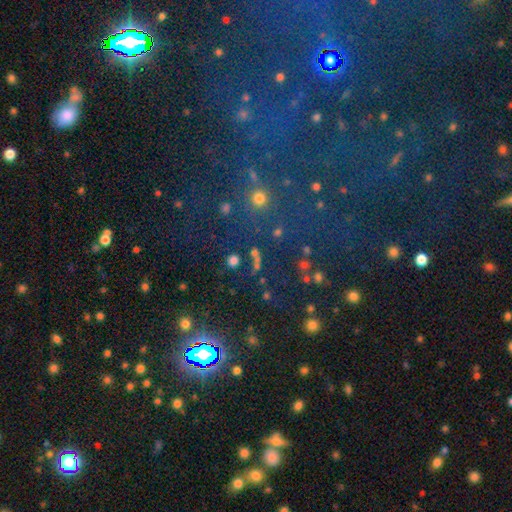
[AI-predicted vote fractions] A star or artifact, not a galaxy (68%).

Vote fractions:
- Smooth or featured? star or artifact: 68% / smooth: 23% / featured or disk: 9%